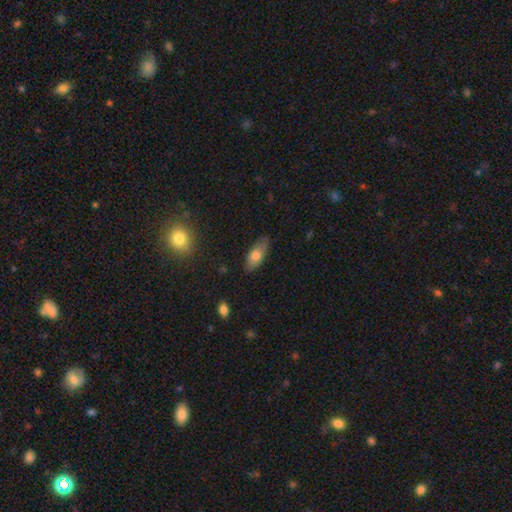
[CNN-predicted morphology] smooth 70%, featured or disk 23%, star or artifact 8%. Down the decision tree: how rounded — in between (81%); merging — none (78%).